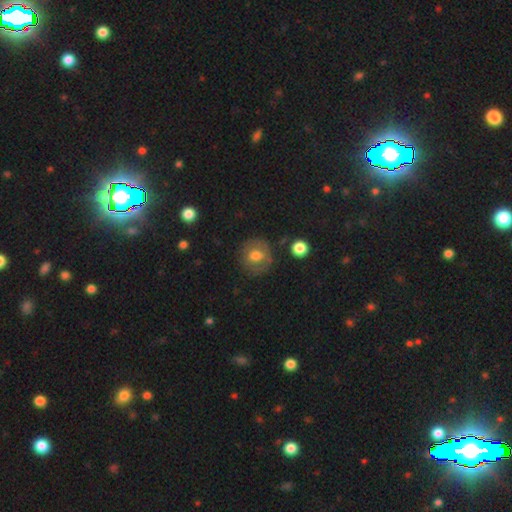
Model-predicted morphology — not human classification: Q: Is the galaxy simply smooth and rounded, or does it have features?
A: smooth — 65%.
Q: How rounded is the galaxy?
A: round — 85%.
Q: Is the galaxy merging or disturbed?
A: none — 75%.